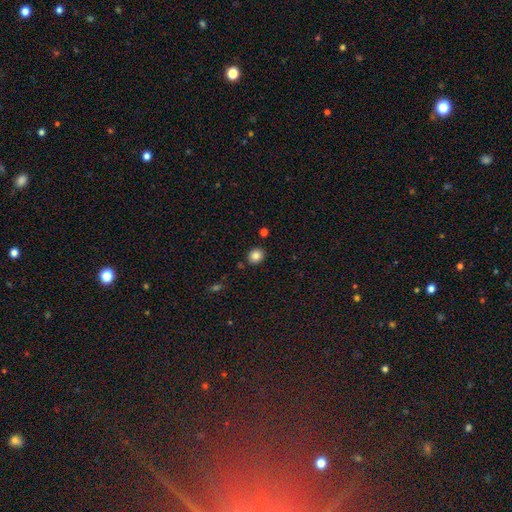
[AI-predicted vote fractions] Q: Smooth or featured?
A: smooth (84%); runner-up: star or artifact (10%)
Q: How rounded?
A: round (76%); runner-up: in between (24%)
Q: Merging?
A: none (87%); runner-up: minor disturbance (8%)